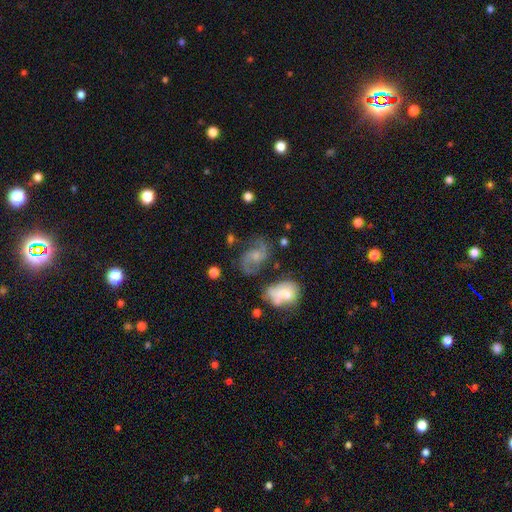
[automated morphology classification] smooth_or_featured: featured or disk (p=0.78) [alt: smooth p=0.12]
disk_edge_on: no (p=0.97) [alt: yes p=0.03]
bar: no (p=0.54) [alt: weak p=0.38]
has_spiral_arms: yes (p=0.94) [alt: no p=0.06]
spiral_winding: medium (p=0.52) [alt: loose p=0.30]
spiral_arm_count: 2 (p=0.88) [alt: can't tell p=0.05]
bulge_size: small (p=0.46) [alt: moderate p=0.41]
merging: none (p=0.64) [alt: minor disturbance p=0.17]